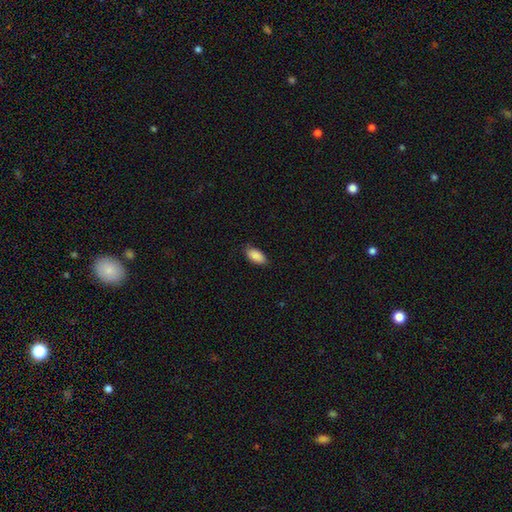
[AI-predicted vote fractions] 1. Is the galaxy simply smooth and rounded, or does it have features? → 88% smooth, 7% star or artifact, 5% featured or disk.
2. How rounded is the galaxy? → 93% in between, 5% cigar-shaped, 2% round.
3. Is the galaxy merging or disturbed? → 83% none, 14% minor disturbance, 2% major disturbance, 1% merger.